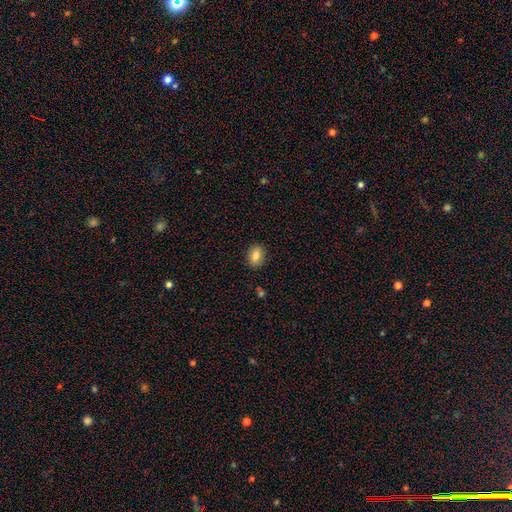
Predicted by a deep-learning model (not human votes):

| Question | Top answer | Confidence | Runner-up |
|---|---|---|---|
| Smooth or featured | smooth | 83% | star or artifact (9%) |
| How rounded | in between | 71% | round (28%) |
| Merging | none | 88% | minor disturbance (8%) |